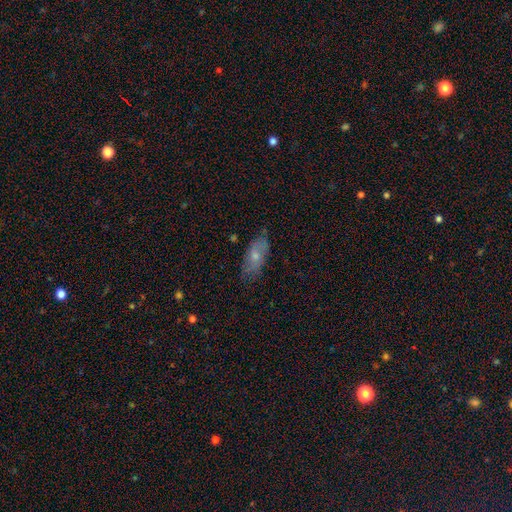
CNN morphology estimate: Overall: smooth (61%; featured or disk 32%). How rounded: in between (83%). Merging: none (70%).